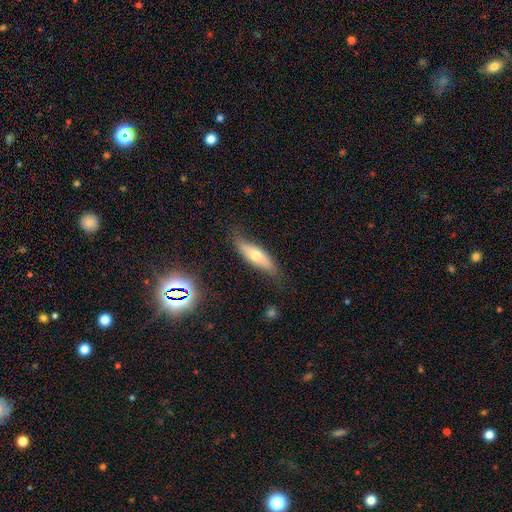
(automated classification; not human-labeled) Q: Smooth or featured?
A: smooth (53%); runner-up: featured or disk (37%)
Q: How rounded?
A: cigar-shaped (54%); runner-up: in between (43%)
Q: Merging?
A: none (74%); runner-up: minor disturbance (19%)